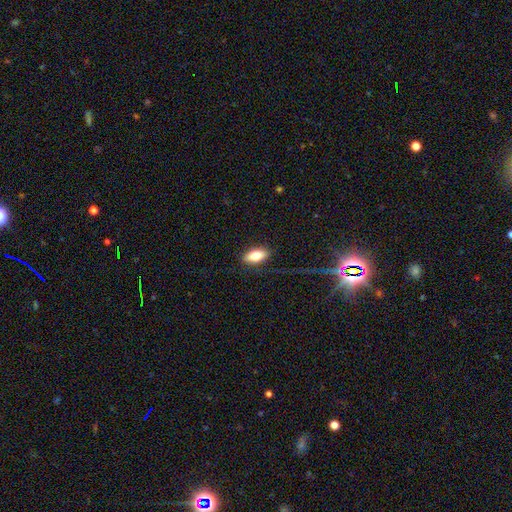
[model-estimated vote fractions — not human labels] smooth 77%, featured or disk 15%, star or artifact 7%. Down the decision tree: how rounded — in between (88%); merging — none (85%).